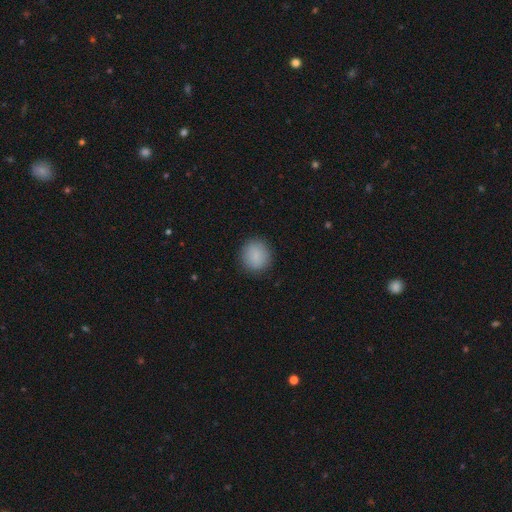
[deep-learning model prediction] Morphology: type=smooth (88%); roundness=round (87%); merging=none (89%).